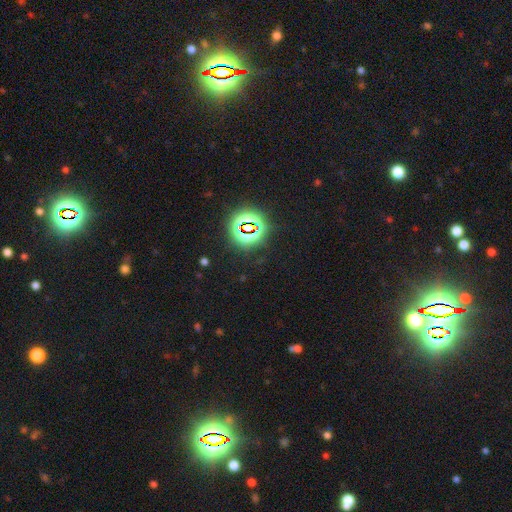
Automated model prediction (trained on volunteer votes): star or artifact 78%, smooth 14%, featured or disk 7%.